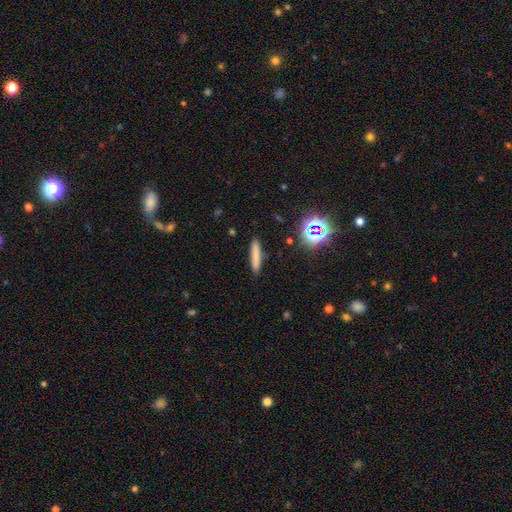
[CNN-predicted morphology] Smooth or featured?
  - smooth: 76% *
  - featured or disk: 12%
  - star or artifact: 12%
How rounded?
  - cigar-shaped: 90% *
  - in between: 8%
  - round: 2%
Merging?
  - none: 89% *
  - minor disturbance: 7%
  - major disturbance: 2%
  - merger: 2%